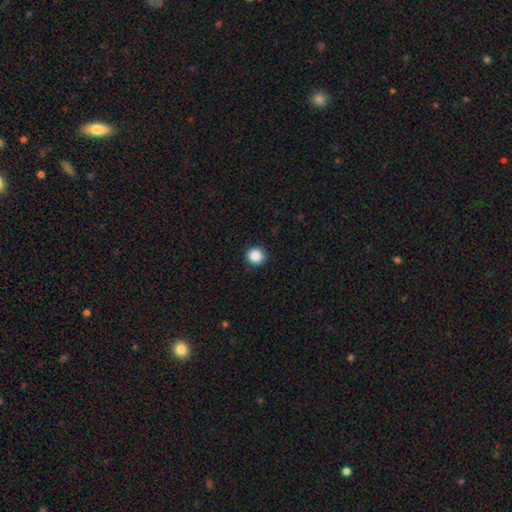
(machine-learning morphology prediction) Smooth or featured? Predicted: smooth (p=0.88). How rounded? Predicted: round (p=0.94). Merging? Predicted: none (p=0.92).